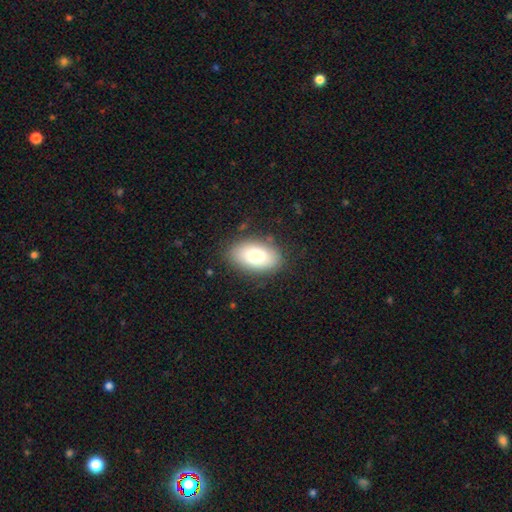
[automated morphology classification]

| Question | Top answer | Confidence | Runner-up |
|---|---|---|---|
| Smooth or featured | smooth | 78% | featured or disk (15%) |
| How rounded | in between | 92% | round (6%) |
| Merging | none | 82% | minor disturbance (12%) |